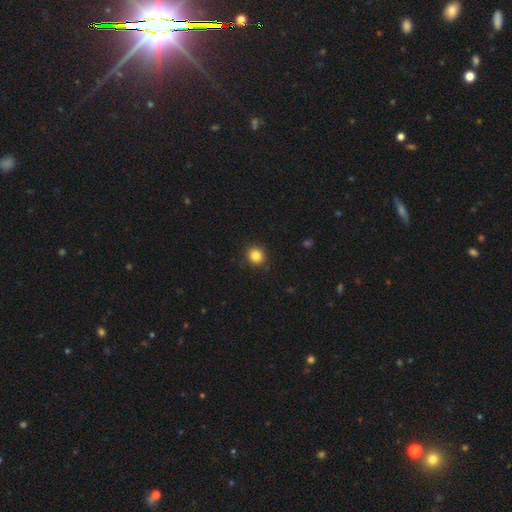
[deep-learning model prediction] Smooth or featured? smooth (85%)
How rounded? round (82%)
Merging? none (90%)